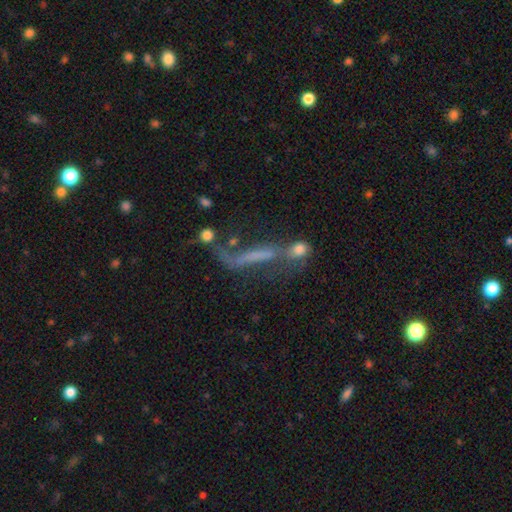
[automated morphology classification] Smooth or featured? Predicted: featured or disk (p=0.52). Edge-on disk? Predicted: no (p=0.63). Merging? Predicted: merger (p=0.32).